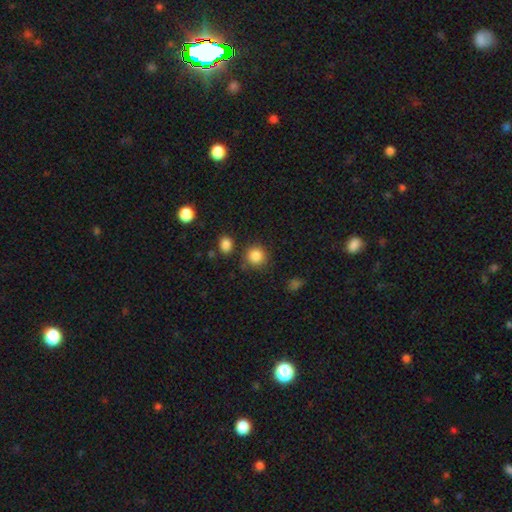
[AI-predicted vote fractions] This appears to be a smooth galaxy with no disk features (86%) that is round (90%). Merging: none (82%).